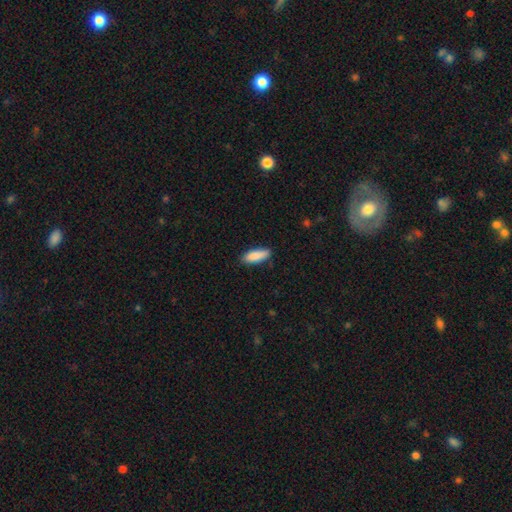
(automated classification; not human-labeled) Morphology: type=smooth (88%); roundness=in between (58%); merging=none (84%).